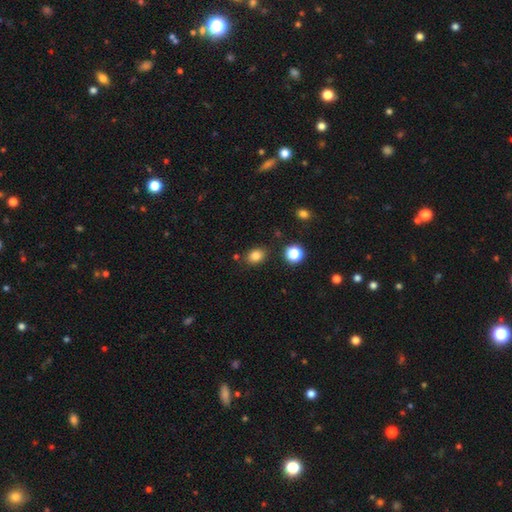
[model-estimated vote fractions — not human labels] Smooth or featured: smooth — 82% (star or artifact — 12%)
How rounded: in between — 58% (round — 41%)
Merging: none — 83% (minor disturbance — 11%)